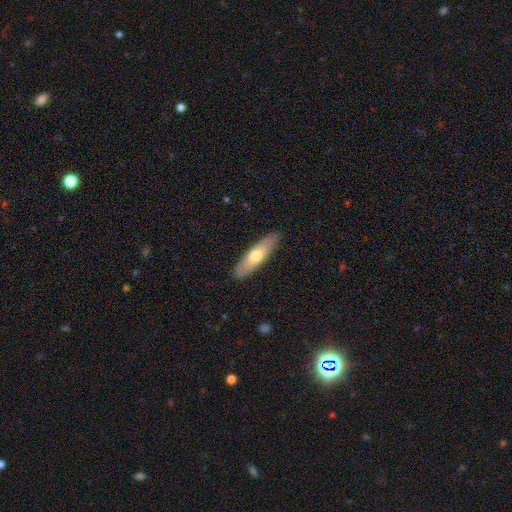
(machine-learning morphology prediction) A smooth galaxy with no disk features (63%) that is cigar-shaped (66%). Merging: none (89%).